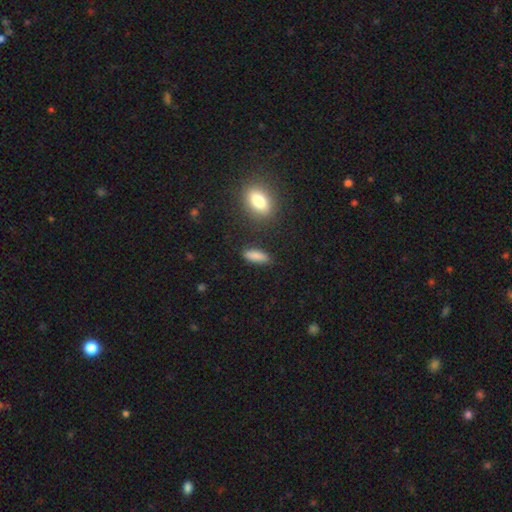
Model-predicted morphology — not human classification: A smooth galaxy with no disk features (85%) that is in between round and cigar-shaped (56%).

Vote fractions:
- Smooth or featured? smooth: 85% / star or artifact: 7% / featured or disk: 7%
- How rounded? in between: 56% / cigar-shaped: 41% / round: 3%
- Merging? none: 81% / minor disturbance: 13% / major disturbance: 3% / merger: 3%